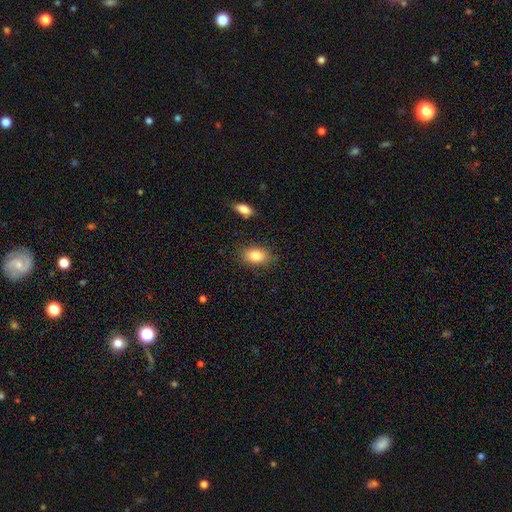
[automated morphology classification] A smooth galaxy with no disk features (84%) that is in between round and cigar-shaped (86%). Merging: none (83%).